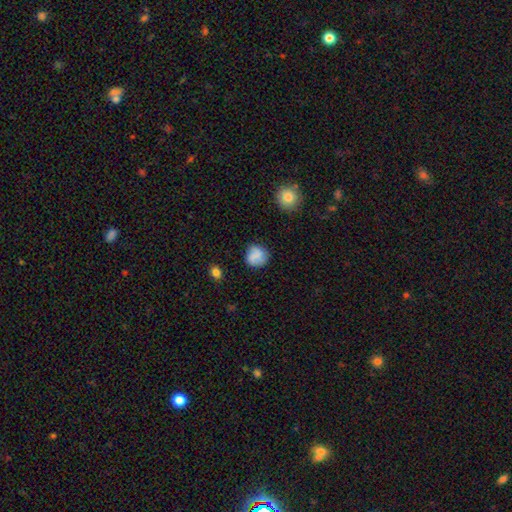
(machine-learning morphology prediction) type=smooth (74%); roundness=round (86%); merging=none (79%).